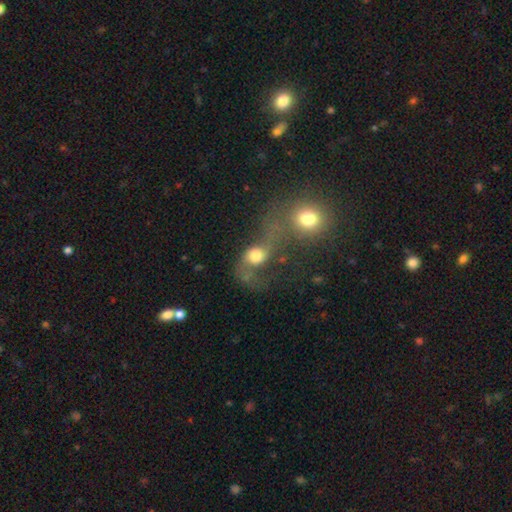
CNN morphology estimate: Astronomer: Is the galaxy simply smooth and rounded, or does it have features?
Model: smooth — 52% (runner-up: featured or disk, 35%).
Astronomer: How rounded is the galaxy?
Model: round — 58% (runner-up: in between, 40%).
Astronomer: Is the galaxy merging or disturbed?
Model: merger — 55%.